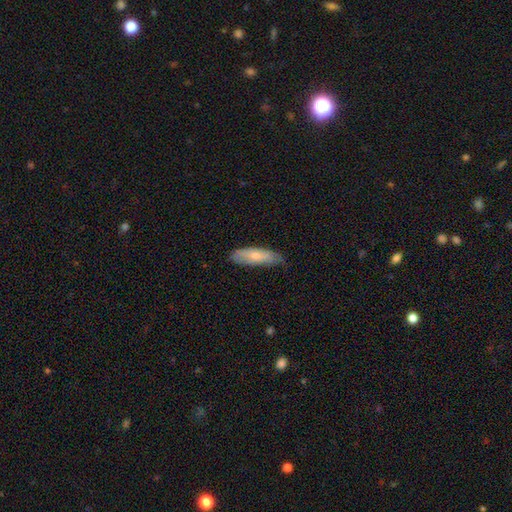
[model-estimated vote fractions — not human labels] This is likely a smooth galaxy (71%). How rounded: possibly in between (50%). Merging: likely none (69%).